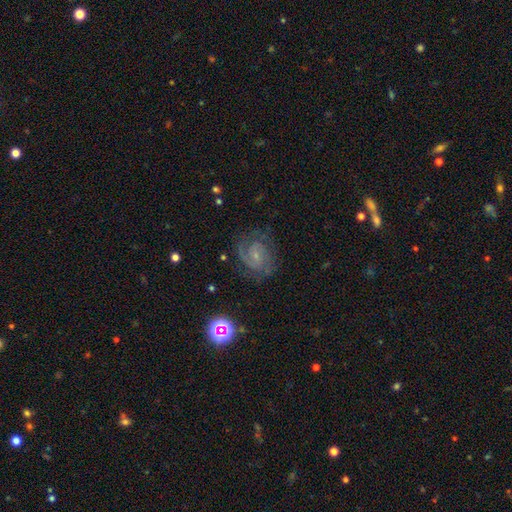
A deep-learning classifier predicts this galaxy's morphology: Smooth or featured? Predicted: featured or disk (p=0.84). Edge-on disk? Predicted: no (p=0.98). Bar? Predicted: no (p=0.55). Spiral arms? Predicted: yes (p=0.97). Spiral winding? Predicted: tight (p=0.49). Spiral arm count? Predicted: 2 (p=0.63). Bulge size? Predicted: small (p=0.75). Merging? Predicted: none (p=0.74).